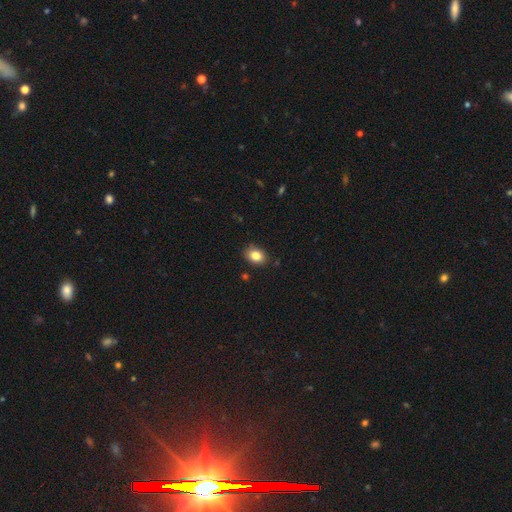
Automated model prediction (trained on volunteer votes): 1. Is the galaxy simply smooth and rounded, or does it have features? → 84% smooth, 10% star or artifact, 7% featured or disk.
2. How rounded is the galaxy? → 64% in between, 35% round, 1% cigar-shaped.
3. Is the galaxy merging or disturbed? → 86% none, 11% minor disturbance, 2% major disturbance, 2% merger.